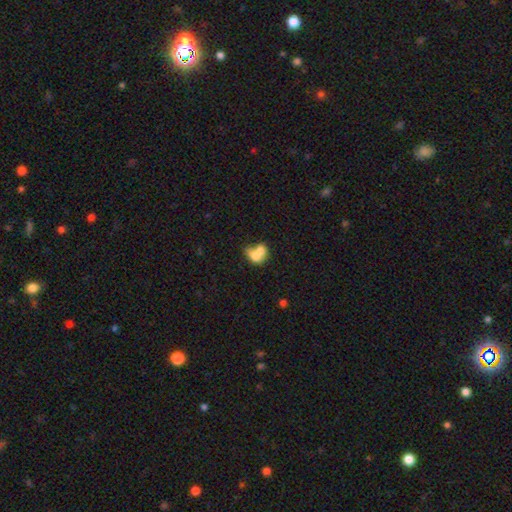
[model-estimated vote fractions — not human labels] Overall: smooth (68%). How rounded: in between (58%; round 41%). Merging: merger (72%).